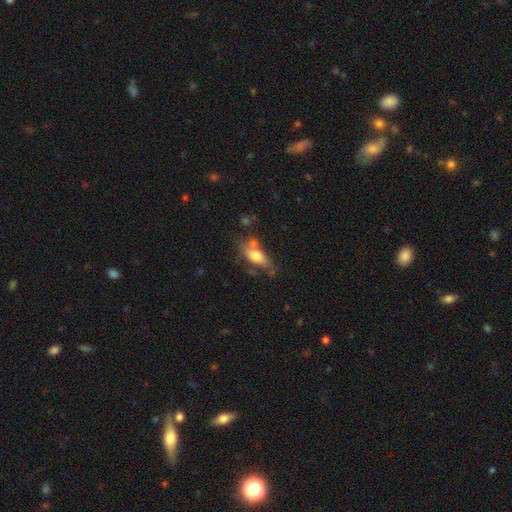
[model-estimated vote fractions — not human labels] smooth_or_featured: smooth (p=0.68) [alt: featured or disk p=0.25]
how_rounded: in between (p=0.77) [alt: cigar-shaped p=0.18]
merging: none (p=0.47) [alt: minor disturbance p=0.25]